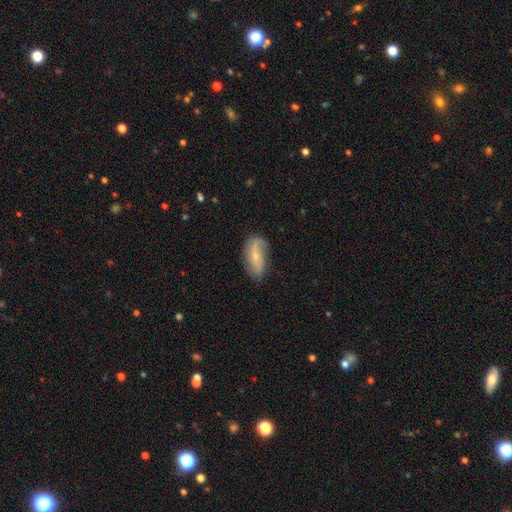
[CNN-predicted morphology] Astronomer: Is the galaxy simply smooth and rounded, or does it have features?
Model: featured or disk — 65%.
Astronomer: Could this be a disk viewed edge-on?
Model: no — 91%.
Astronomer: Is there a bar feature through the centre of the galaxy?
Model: no — 53% (runner-up: weak, 30%).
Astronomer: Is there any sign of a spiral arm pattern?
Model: yes — 86%.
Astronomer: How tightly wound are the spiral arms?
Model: loose — 64%.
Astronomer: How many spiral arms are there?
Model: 2 — 79%.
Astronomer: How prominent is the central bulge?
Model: small — 68%.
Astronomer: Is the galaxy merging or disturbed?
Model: none — 67%.